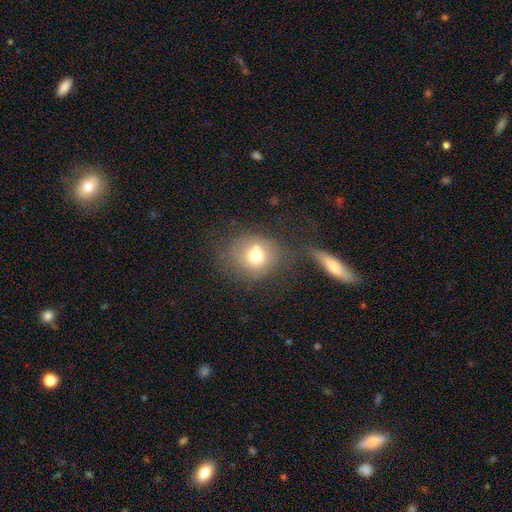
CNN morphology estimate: A smooth galaxy with no disk features (69%) that is round (80%). Merging: none (52%).